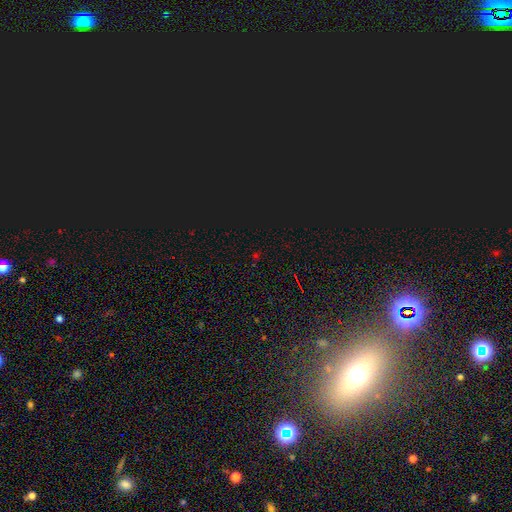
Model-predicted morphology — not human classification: This appears to be a star or artifact, not a galaxy (74%).